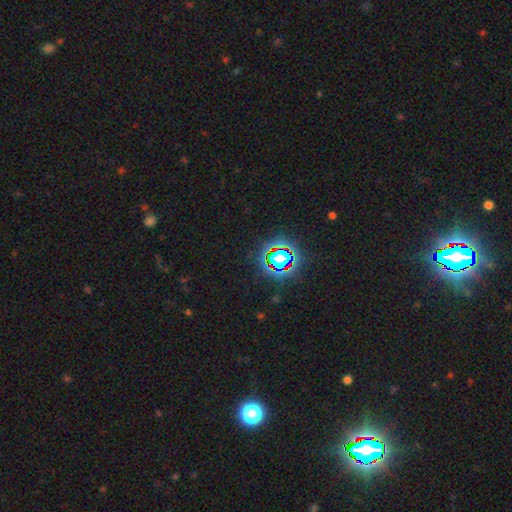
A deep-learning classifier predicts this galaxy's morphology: Overall: star or artifact (83%).